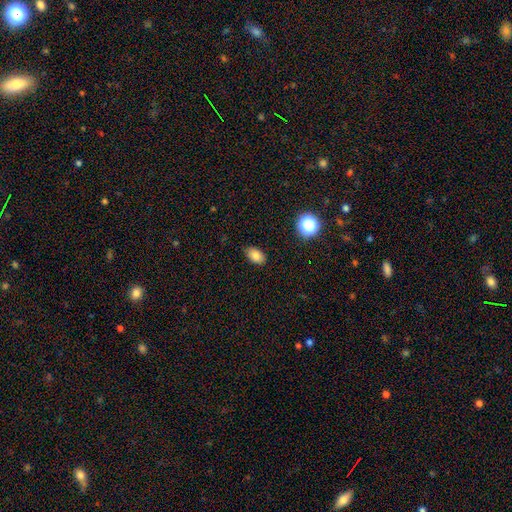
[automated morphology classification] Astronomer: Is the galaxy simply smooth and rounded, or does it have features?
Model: smooth — 82%.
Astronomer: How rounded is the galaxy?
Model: in between — 88%.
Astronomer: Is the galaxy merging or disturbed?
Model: none — 84%.